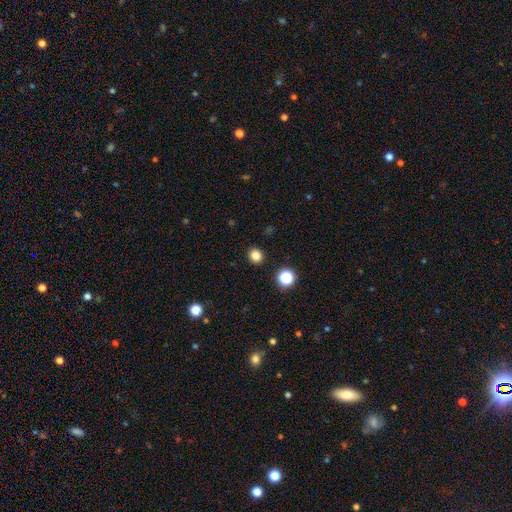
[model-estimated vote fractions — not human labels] Morphology: type=smooth (82%); roundness=round (78%); merging=none (91%).